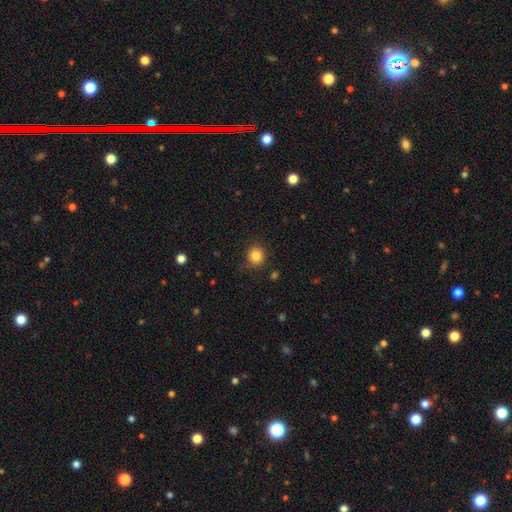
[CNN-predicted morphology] This appears to be a smooth galaxy with no disk features (85%) that is round (86%). Merging: none (83%).